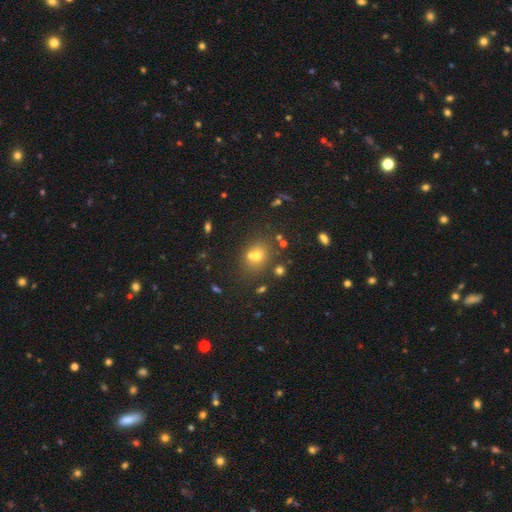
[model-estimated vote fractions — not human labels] Smooth or featured? Predicted: smooth (p=0.59). How rounded? Predicted: round (p=0.68). Merging? Predicted: none (p=0.52).